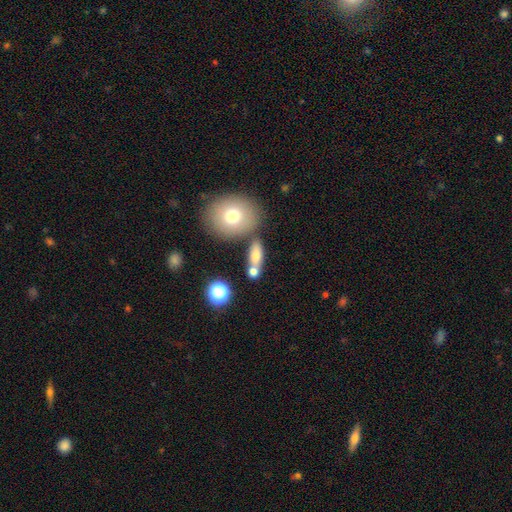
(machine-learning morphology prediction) This appears to be a smooth galaxy with no disk features (70%) that is in between round and cigar-shaped (64%). Merging: none (57%).